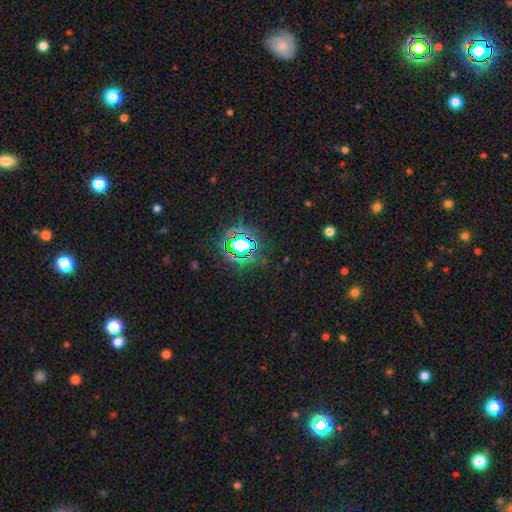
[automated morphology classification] A star or artifact, not a galaxy (80%).